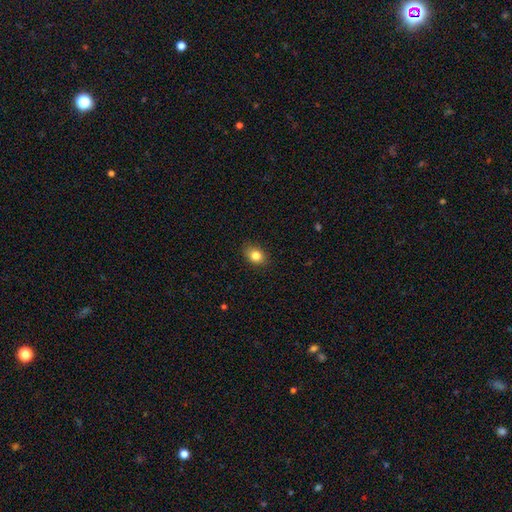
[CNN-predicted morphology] This is clearly a smooth galaxy (82%). How rounded: possibly in between (59%). Merging: clearly none (86%).